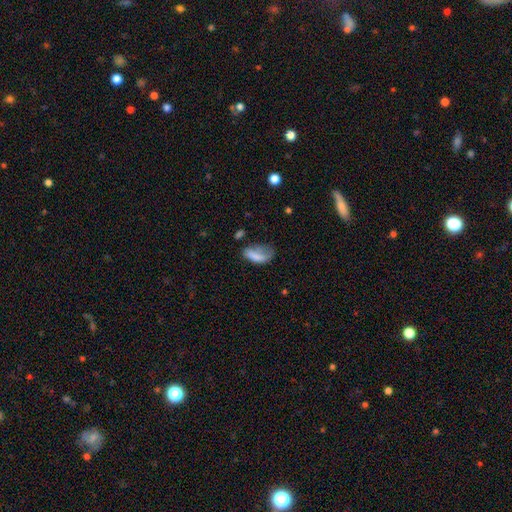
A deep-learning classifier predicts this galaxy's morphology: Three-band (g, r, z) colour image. It shows a smooth galaxy with no disk features (72%) that is in between round and cigar-shaped (85%). Merging: major disturbance (37%).